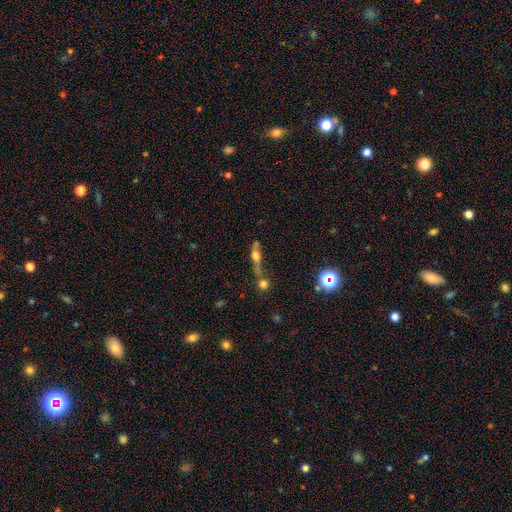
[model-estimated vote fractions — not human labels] Smooth or featured? Predicted: smooth (p=0.43). Merging? Predicted: none (p=0.39).